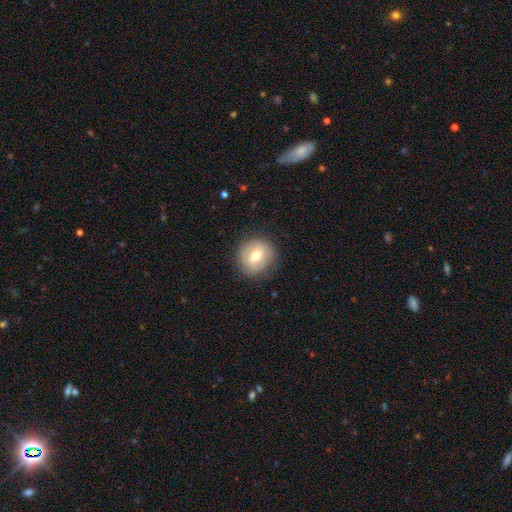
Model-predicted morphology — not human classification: This appears to be a smooth galaxy with no disk features (56%) that is round (83%). Merging: none (80%).